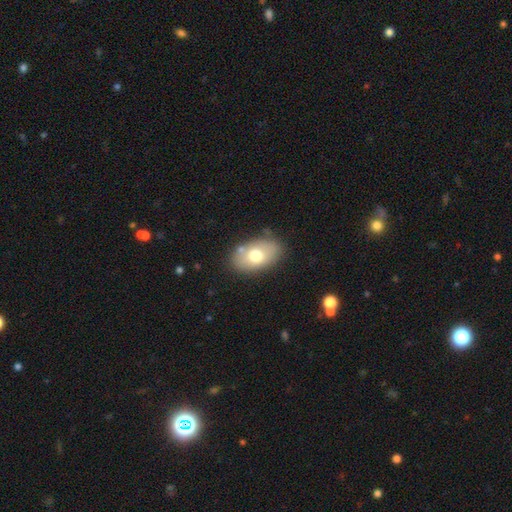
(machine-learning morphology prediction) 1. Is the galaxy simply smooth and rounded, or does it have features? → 70% smooth, 22% featured or disk, 8% star or artifact.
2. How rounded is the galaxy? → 90% in between, 8% round, 1% cigar-shaped.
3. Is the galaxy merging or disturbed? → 78% none, 14% minor disturbance, 4% merger, 4% major disturbance.